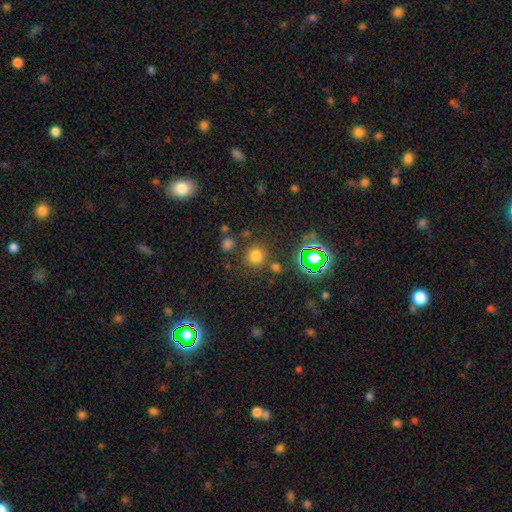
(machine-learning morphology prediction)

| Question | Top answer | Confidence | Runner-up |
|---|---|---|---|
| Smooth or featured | smooth | 70% | star or artifact (24%) |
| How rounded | round | 92% | in between (7%) |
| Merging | none | 80% | minor disturbance (9%) |